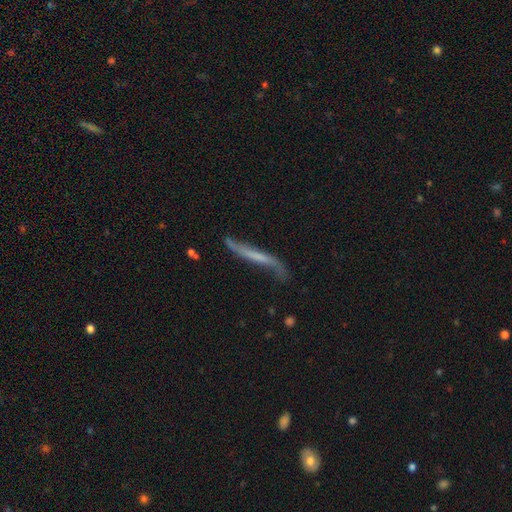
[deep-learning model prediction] A featured or disk galaxy (62%) viewed edge-on (60%).

Vote fractions:
- Smooth or featured? featured or disk: 62% / smooth: 30% / star or artifact: 8%
- Edge-on disk? yes: 60% / no: 40%
- Merging? none: 53% / minor disturbance: 29% / major disturbance: 14% / merger: 4%